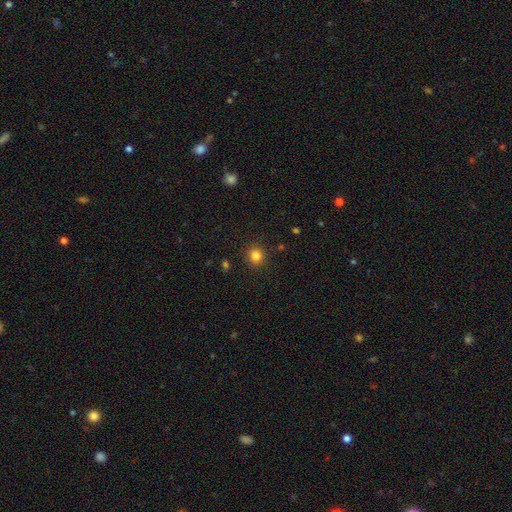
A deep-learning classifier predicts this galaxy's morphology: Smooth or featured?
  - smooth: 83% *
  - star or artifact: 13%
  - featured or disk: 5%
How rounded?
  - round: 90% *
  - in between: 9%
  - cigar-shaped: 1%
Merging?
  - none: 90% *
  - minor disturbance: 6%
  - major disturbance: 2%
  - merger: 1%